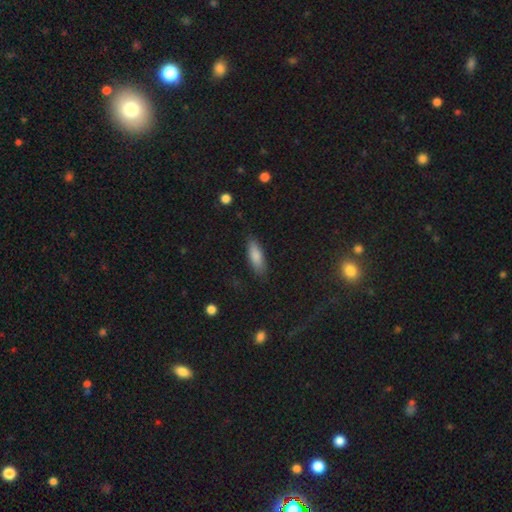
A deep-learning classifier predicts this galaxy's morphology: This is clearly a smooth galaxy (83%). How rounded: likely in between (61%). Merging: clearly none (83%).